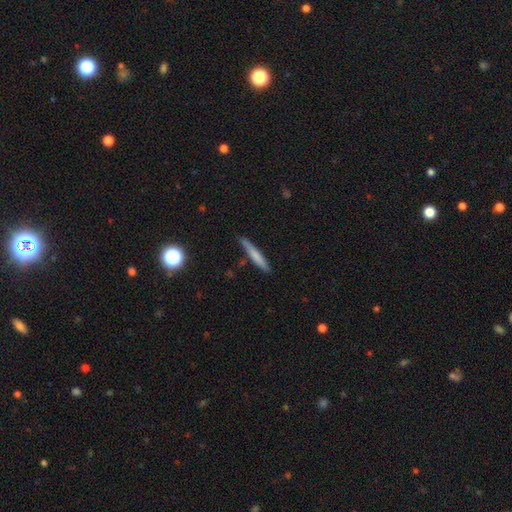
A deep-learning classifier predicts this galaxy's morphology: Smooth or featured: smooth — 69% (featured or disk — 24%)
How rounded: cigar-shaped — 94% (in between — 4%)
Merging: none — 81% (minor disturbance — 14%)